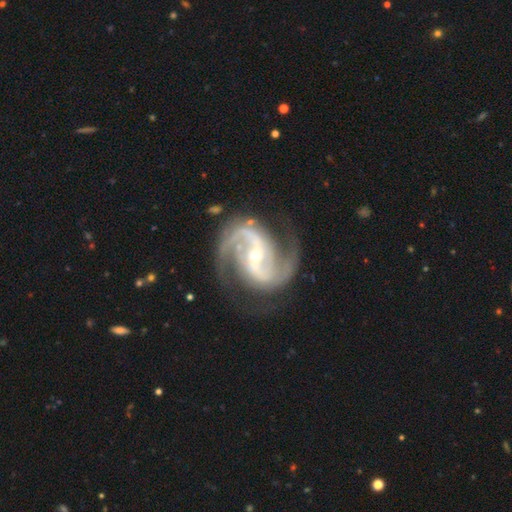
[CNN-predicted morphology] smooth-or-featured: featured or disk: 93% | star or artifact: 5% | smooth: 2%
  disk-edge-on: no: 98% | yes: 2%
    bar: strong: 39% | weak: 35% | no: 25%
    has-spiral-arms: yes: 98% | no: 2%
      spiral-winding: medium: 62% | loose: 22% | tight: 17%
      spiral-arm-count: 2: 92% | 3: 3% | can't tell: 2% | 1: 1% | 4: 1% | more than 4: 1%
    bulge-size: small: 62% | moderate: 35% | large: 1% | none: 1% | dominant: 1%
  merging: none: 77% | minor disturbance: 14% | major disturbance: 7% | merger: 2%